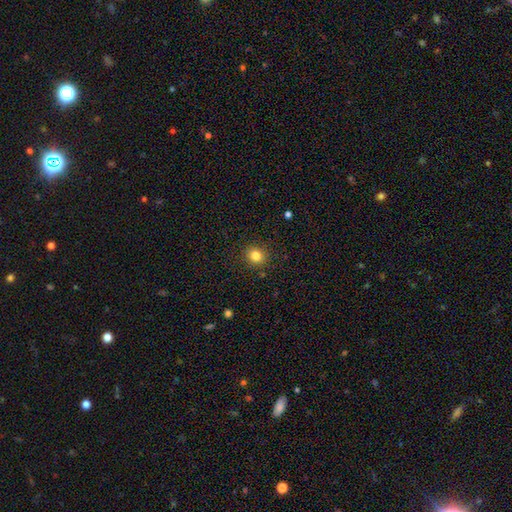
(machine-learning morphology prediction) A smooth galaxy with no disk features (82%) that is round (78%). Merging: none (89%).